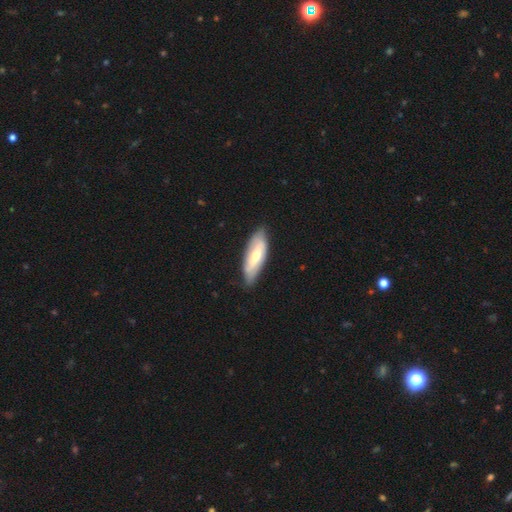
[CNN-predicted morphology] This is possibly a smooth galaxy (48%). Merging: likely none (75%).